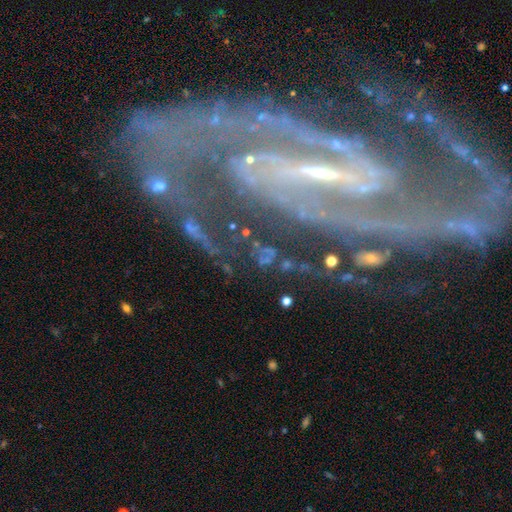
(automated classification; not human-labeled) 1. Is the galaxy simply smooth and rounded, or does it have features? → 92% featured or disk, 5% star or artifact, 3% smooth.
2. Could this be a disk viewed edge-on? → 97% no, 3% yes.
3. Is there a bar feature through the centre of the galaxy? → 54% strong, 33% weak, 13% no.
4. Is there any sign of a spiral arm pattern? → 98% yes, 2% no.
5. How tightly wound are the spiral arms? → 54% medium, 26% tight, 20% loose.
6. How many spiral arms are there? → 88% 2, 3% 3, 3% can't tell, 2% 1, 2% 4, 2% more than 4.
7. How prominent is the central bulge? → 73% small, 12% moderate, 11% none, 2% large, 1% dominant.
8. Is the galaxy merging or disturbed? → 66% none, 17% minor disturbance, 13% major disturbance, 4% merger.